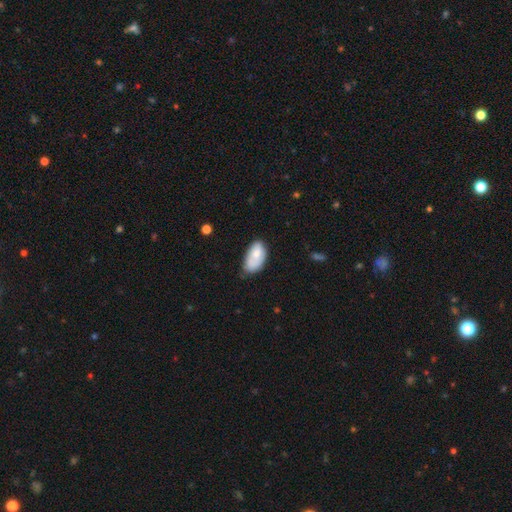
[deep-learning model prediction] Overall: smooth (73%). How rounded: in between (95%). Merging: none (53%; minor disturbance 36%).